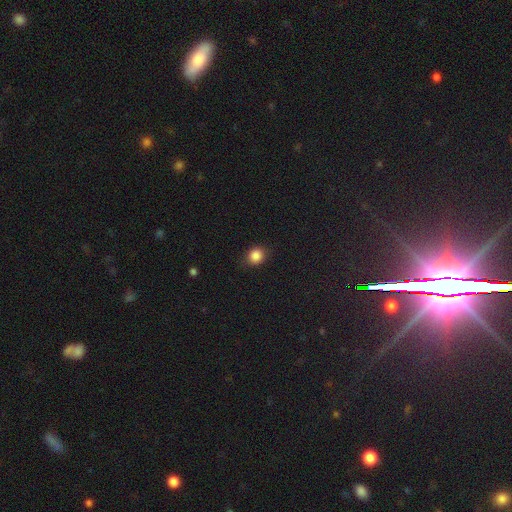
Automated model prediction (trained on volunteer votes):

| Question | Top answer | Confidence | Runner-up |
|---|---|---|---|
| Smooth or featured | smooth | 85% | star or artifact (11%) |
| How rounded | round | 75% | in between (23%) |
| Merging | none | 83% | minor disturbance (13%) |